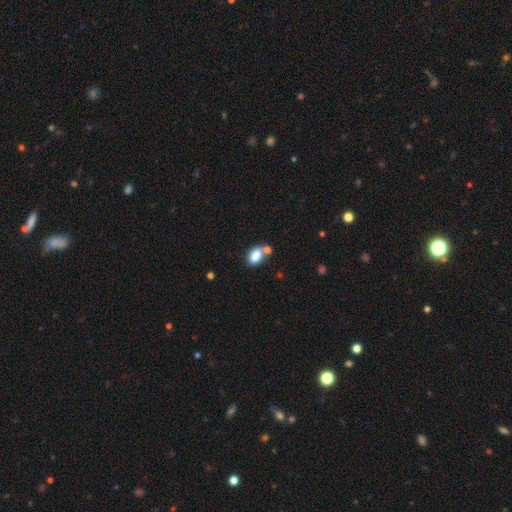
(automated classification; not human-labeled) smooth-or-featured: smooth: 82% | star or artifact: 9% | featured or disk: 8%
  how-rounded: in between: 86% | round: 12% | cigar-shaped: 2%
  merging: none: 53% | merger: 29% | minor disturbance: 13% | major disturbance: 4%